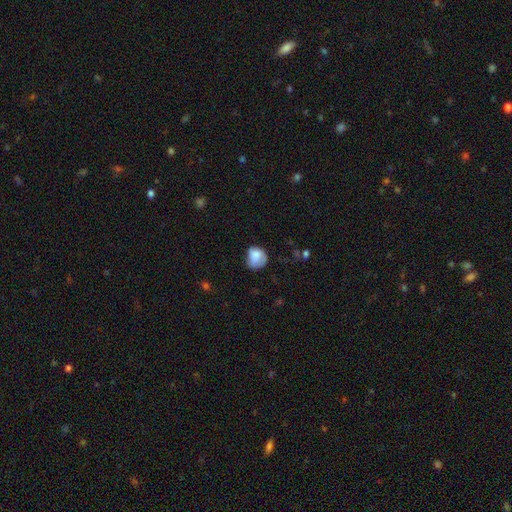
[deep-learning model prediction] A smooth galaxy with no disk features (77%) that is round (67%).

Vote fractions:
- Smooth or featured? smooth: 77% / featured or disk: 15% / star or artifact: 8%
- How rounded? round: 67% / in between: 32% / cigar-shaped: 1%
- Merging? none: 44% / minor disturbance: 36% / major disturbance: 17% / merger: 3%